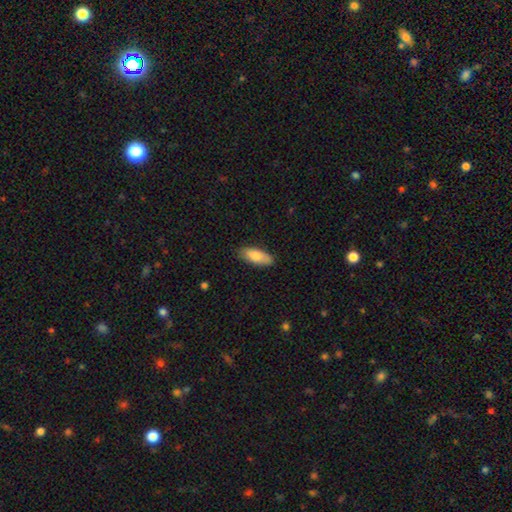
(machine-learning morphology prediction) Q: Smooth or featured?
A: smooth (81%); runner-up: featured or disk (13%)
Q: How rounded?
A: in between (79%); runner-up: cigar-shaped (19%)
Q: Merging?
A: none (85%); runner-up: minor disturbance (12%)